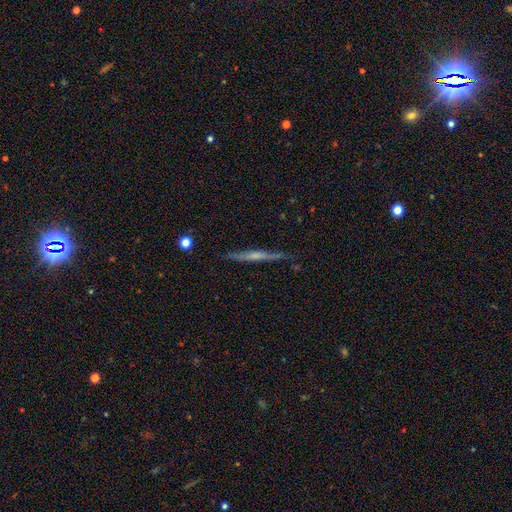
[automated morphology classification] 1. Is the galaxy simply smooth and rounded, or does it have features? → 63% featured or disk, 30% smooth, 7% star or artifact.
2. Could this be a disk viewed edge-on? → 97% yes, 3% no.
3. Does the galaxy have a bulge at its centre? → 44% rounded, 43% none, 14% boxy.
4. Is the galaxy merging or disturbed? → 84% none, 12% minor disturbance, 2% major disturbance, 2% merger.